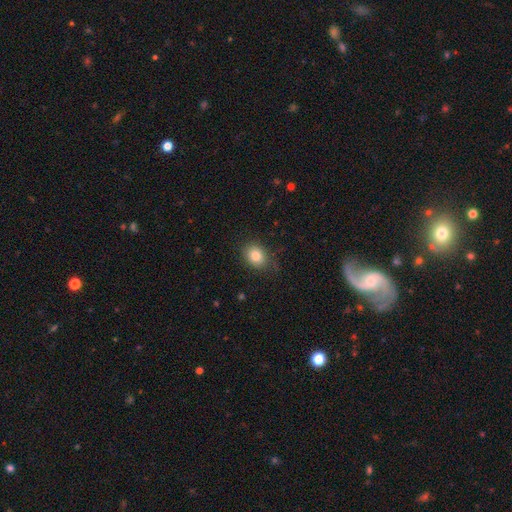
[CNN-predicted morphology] type=smooth (82%); roundness=in between (50%); merging=none (79%).